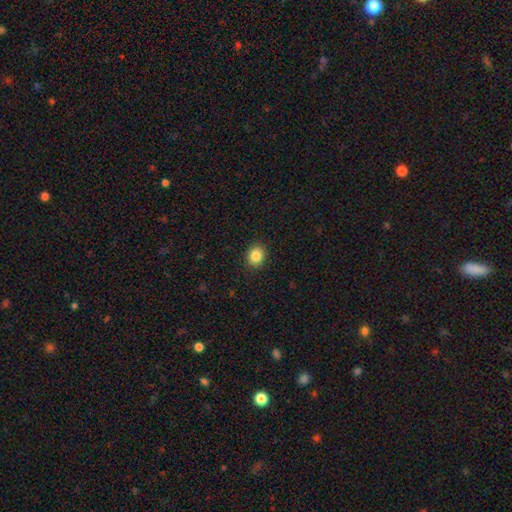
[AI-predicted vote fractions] Smooth or featured: smooth — 85% (star or artifact — 10%)
How rounded: round — 62% (in between — 37%)
Merging: none — 90% (minor disturbance — 7%)